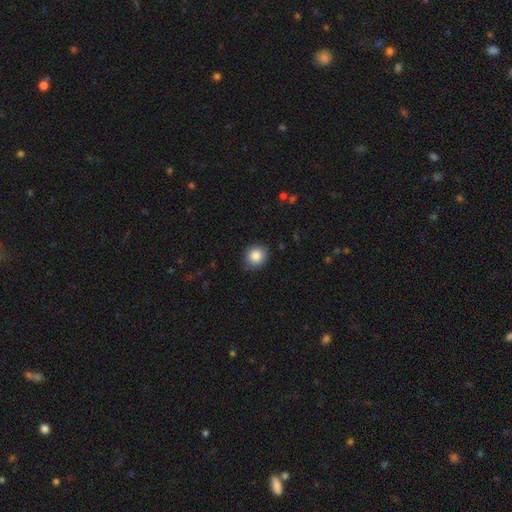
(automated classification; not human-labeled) Smooth or featured? smooth (86%)
How rounded? round (77%)
Merging? none (86%)